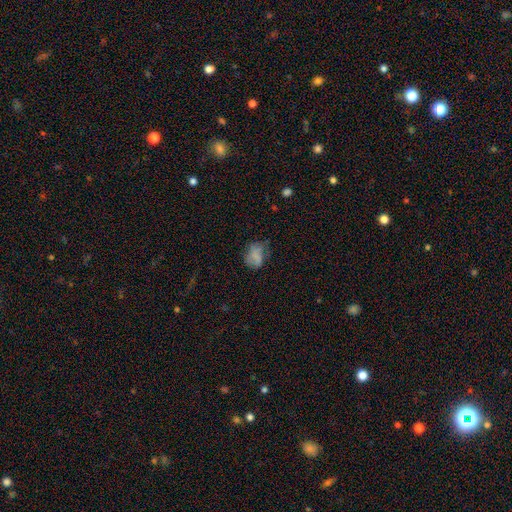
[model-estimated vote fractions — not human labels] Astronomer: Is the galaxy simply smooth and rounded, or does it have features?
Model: smooth — 65%.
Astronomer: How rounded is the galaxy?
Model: in between — 65%.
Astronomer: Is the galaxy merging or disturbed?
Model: none — 42% (runner-up: minor disturbance, 31%).